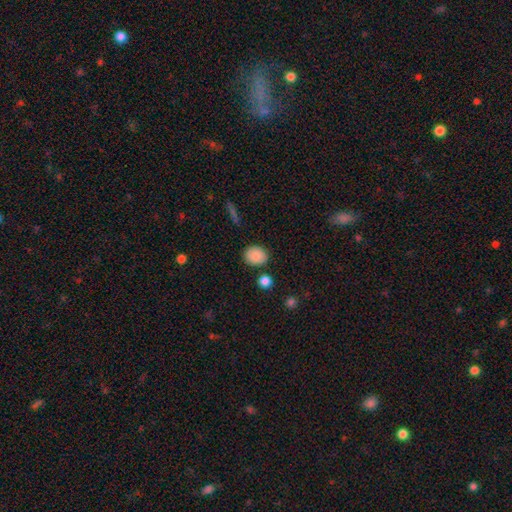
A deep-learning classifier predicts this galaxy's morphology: smooth_or_featured: smooth (p=0.88) [alt: star or artifact p=0.08]
how_rounded: round (p=0.57) [alt: in between p=0.41]
merging: none (p=0.84) [alt: minor disturbance p=0.09]